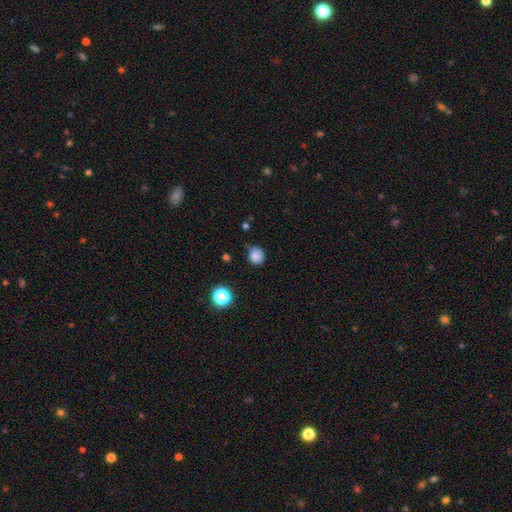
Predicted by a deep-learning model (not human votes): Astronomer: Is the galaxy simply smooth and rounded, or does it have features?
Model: smooth — 83%.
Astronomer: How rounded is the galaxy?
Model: round — 81%.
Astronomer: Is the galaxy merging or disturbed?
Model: none — 69%.